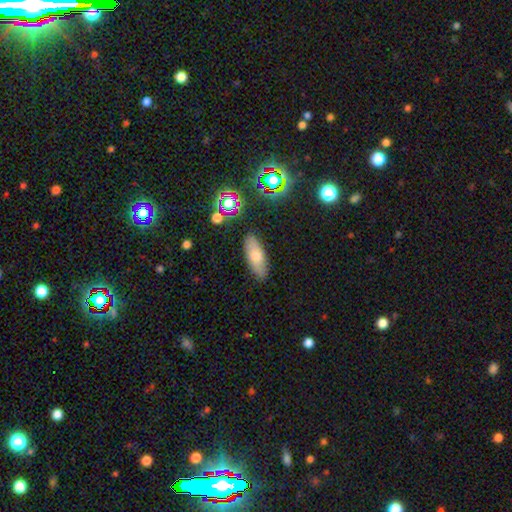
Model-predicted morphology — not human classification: This appears to be a smooth galaxy with no disk features (67%) that is in between round and cigar-shaped (72%). Merging: none (86%).